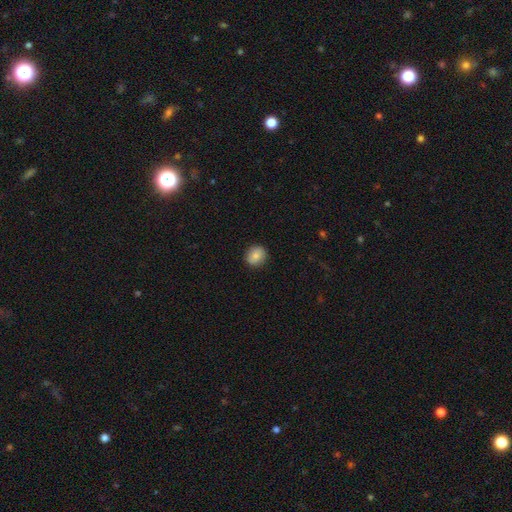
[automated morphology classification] smooth_or_featured: smooth (p=0.84) [alt: star or artifact p=0.08]
how_rounded: round (p=0.77) [alt: in between p=0.22]
merging: none (p=0.90) [alt: minor disturbance p=0.07]